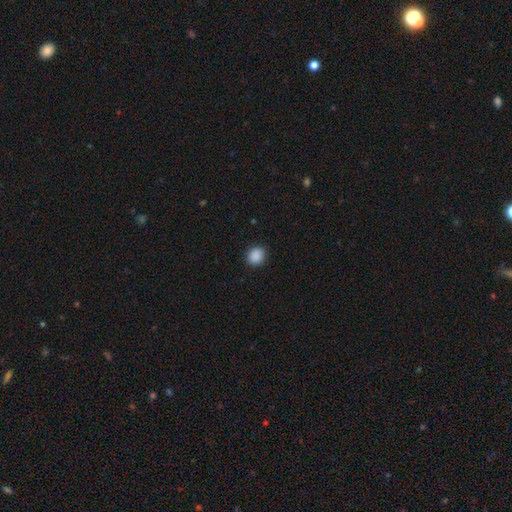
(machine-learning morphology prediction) smooth 89%, star or artifact 9%, featured or disk 2%. Down the decision tree: how rounded — round (73%); merging — none (89%).